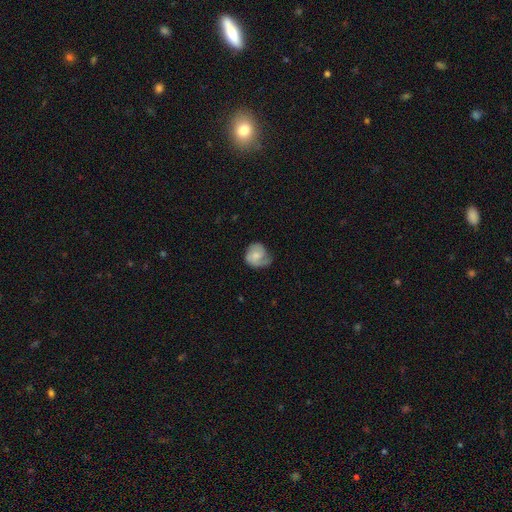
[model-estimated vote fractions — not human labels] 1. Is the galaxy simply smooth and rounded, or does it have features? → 47% smooth, 46% featured or disk, 7% star or artifact.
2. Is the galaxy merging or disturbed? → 45% none, 34% minor disturbance, 19% major disturbance, 2% merger.